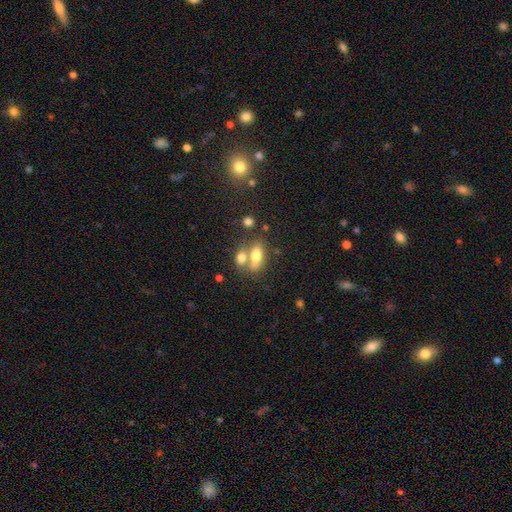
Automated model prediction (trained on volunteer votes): Smooth or featured? smooth (71%)
How rounded? in between (83%)
Merging? merger (48%)